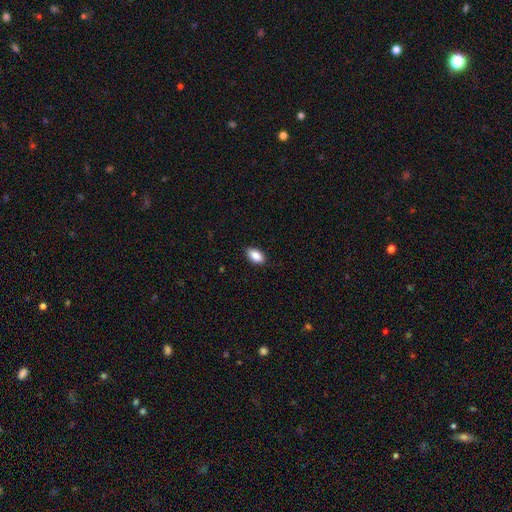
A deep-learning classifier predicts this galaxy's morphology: Overall: smooth (88%). How rounded: in between (92%). Merging: none (87%).